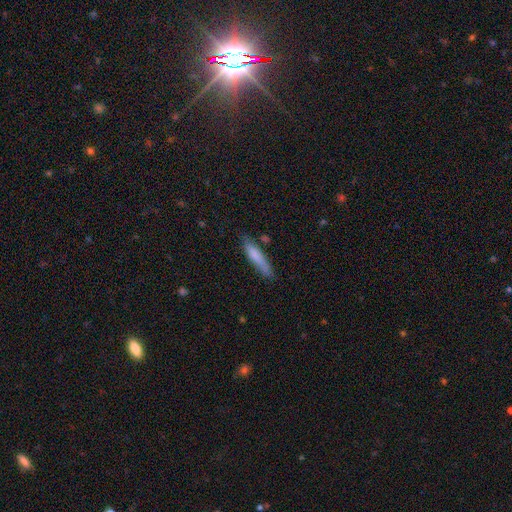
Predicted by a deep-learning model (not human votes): This is likely a smooth galaxy (77%). How rounded: clearly cigar-shaped (86%). Merging: likely none (72%).